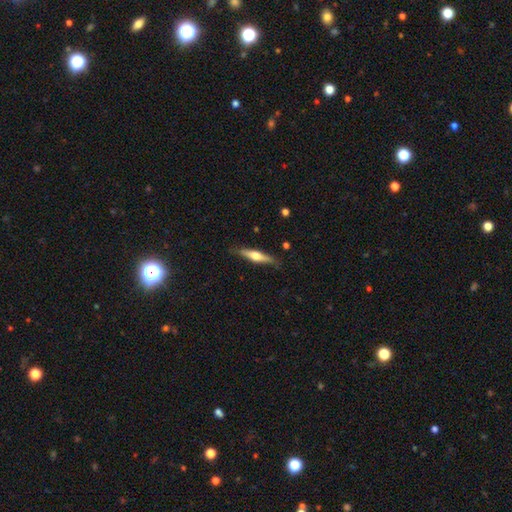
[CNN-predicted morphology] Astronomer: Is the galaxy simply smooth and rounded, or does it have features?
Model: featured or disk — 55% (runner-up: smooth, 39%).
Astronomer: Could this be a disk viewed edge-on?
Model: yes — 95%.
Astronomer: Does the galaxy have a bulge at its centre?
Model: rounded — 91%.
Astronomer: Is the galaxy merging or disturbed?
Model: none — 85%.